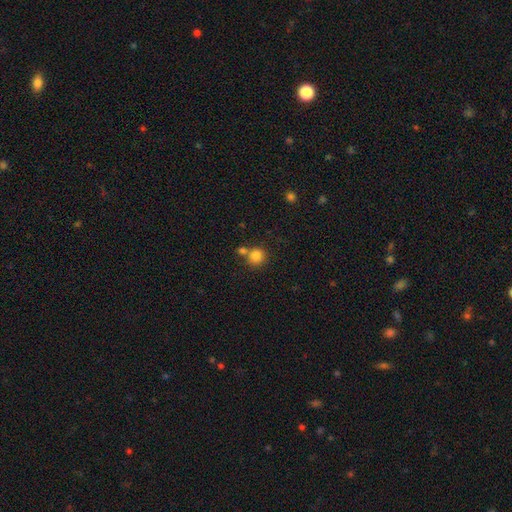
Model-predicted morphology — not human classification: Q: Smooth or featured?
A: smooth (83%); runner-up: star or artifact (11%)
Q: How rounded?
A: round (89%); runner-up: in between (10%)
Q: Merging?
A: none (61%); runner-up: merger (27%)